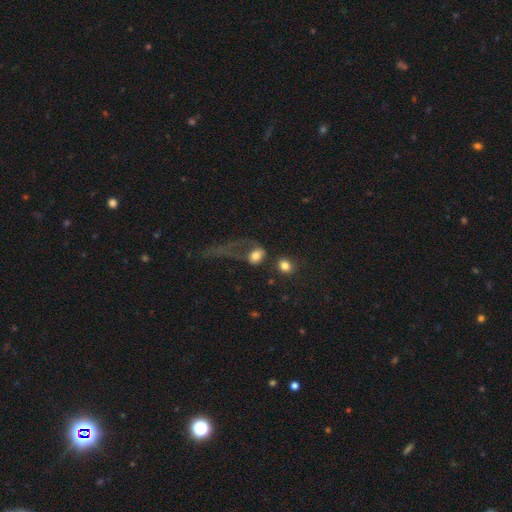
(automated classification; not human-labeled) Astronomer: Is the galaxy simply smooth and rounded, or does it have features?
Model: smooth — 74%.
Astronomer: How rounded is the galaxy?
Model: in between — 59% (runner-up: round, 38%).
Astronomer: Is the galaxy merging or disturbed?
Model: major disturbance — 39% (runner-up: none, 30%).